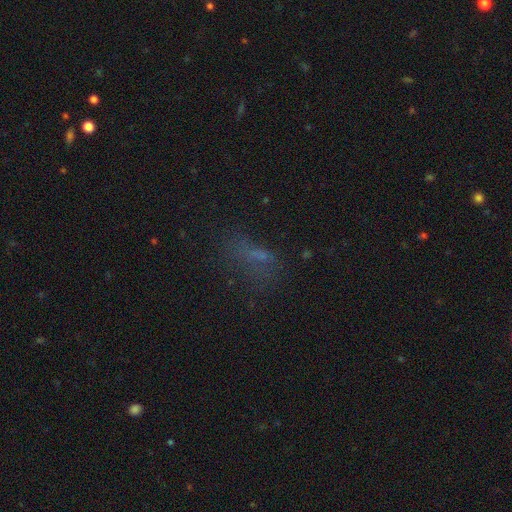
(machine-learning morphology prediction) This appears to be a smooth galaxy with no disk features (45%). Merging: none (49%).